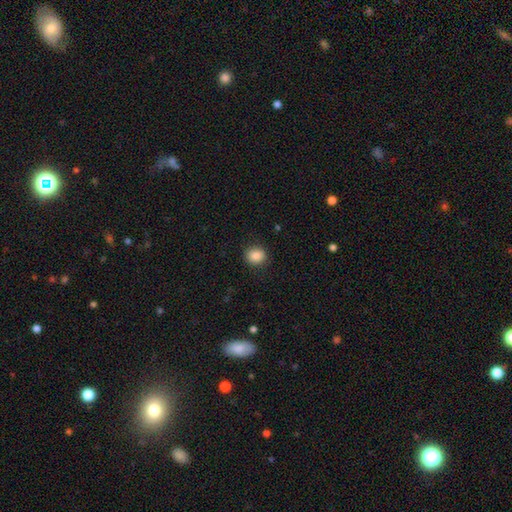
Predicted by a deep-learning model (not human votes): smooth 86%, star or artifact 9%, featured or disk 4%. Down the decision tree: how rounded — round (76%); merging — none (89%).